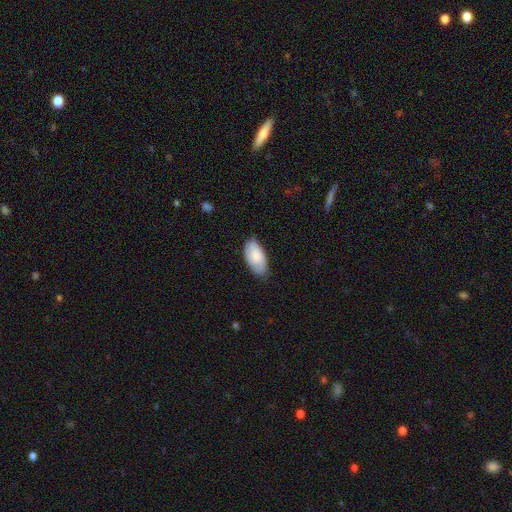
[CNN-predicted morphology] Smooth or featured? Predicted: smooth (p=0.81). How rounded? Predicted: in between (p=0.94). Merging? Predicted: none (p=0.74).